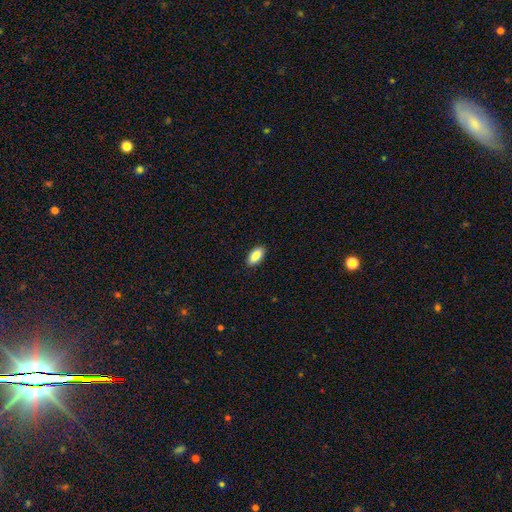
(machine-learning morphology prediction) The model was most divided on "merging": none: 89%, minor disturbance: 8%, major disturbance: 2%, merger: 1%. More confident: how rounded — in between (93%); smooth or featured — smooth (90%).